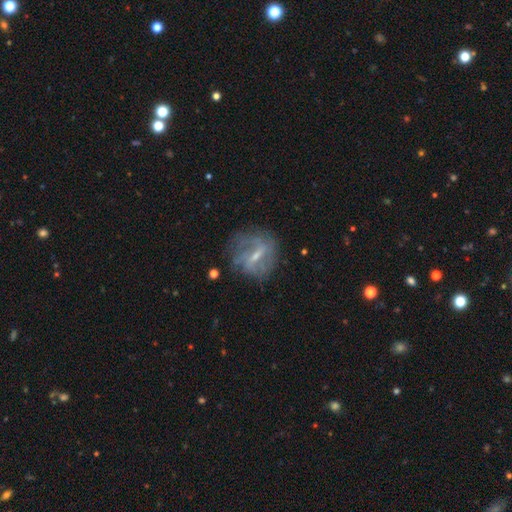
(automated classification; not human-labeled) Morphology: type=featured or disk (69%); edge-on=no (93%); bar=weak (48%); spiral arms=yes (64%); bulge=small (57%); merging=none (64%).